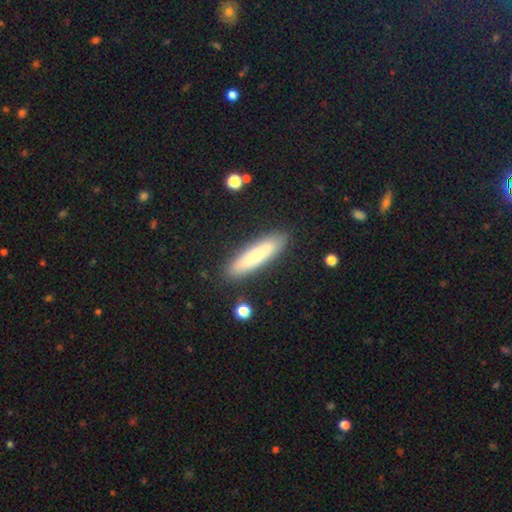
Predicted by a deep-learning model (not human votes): smooth-or-featured: smooth: 75% | featured or disk: 19% | star or artifact: 6%
  how-rounded: cigar-shaped: 79% | in between: 20% | round: 1%
  merging: none: 88% | minor disturbance: 9% | major disturbance: 2% | merger: 2%